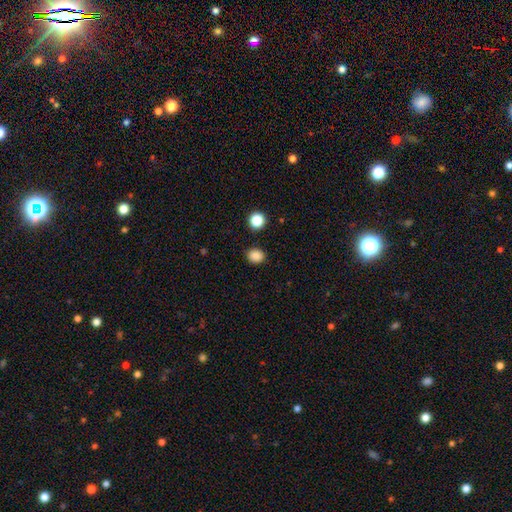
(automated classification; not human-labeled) A smooth galaxy with no disk features (86%) that is round (66%).

Vote fractions:
- Smooth or featured? smooth: 86% / star or artifact: 11% / featured or disk: 3%
- How rounded? round: 66% / in between: 33% / cigar-shaped: 1%
- Merging? none: 88% / minor disturbance: 8% / major disturbance: 2% / merger: 2%